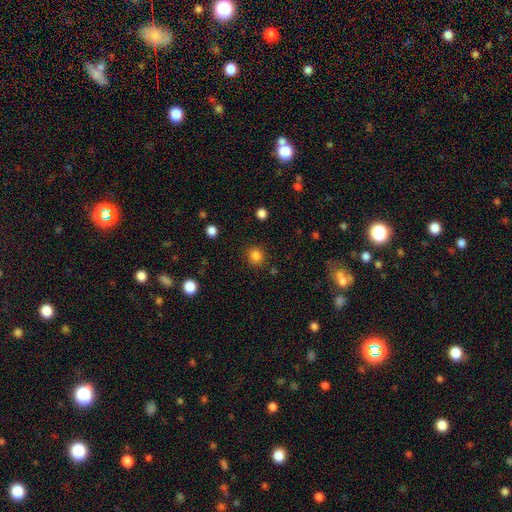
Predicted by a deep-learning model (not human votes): A smooth galaxy with no disk features (84%) that is round (89%).

Vote fractions:
- Smooth or featured? smooth: 84% / star or artifact: 12% / featured or disk: 4%
- How rounded? round: 89% / in between: 10% / cigar-shaped: 1%
- Merging? none: 88% / minor disturbance: 7% / major disturbance: 3% / merger: 2%